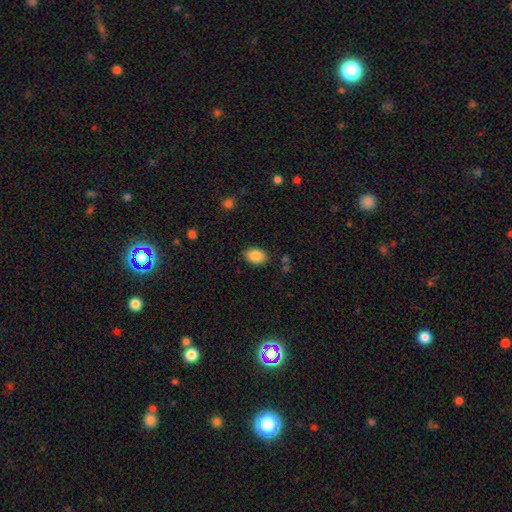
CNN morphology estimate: A smooth galaxy with no disk features (87%) that is in between round and cigar-shaped (78%). Merging: none (82%).